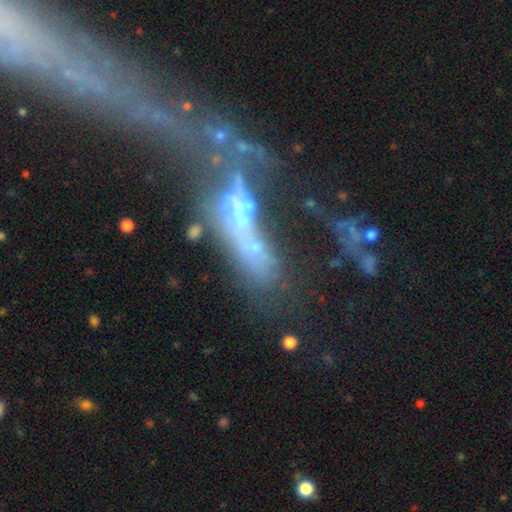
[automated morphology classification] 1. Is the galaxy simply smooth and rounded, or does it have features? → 52% featured or disk, 27% smooth, 21% star or artifact.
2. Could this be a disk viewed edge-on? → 78% no, 22% yes.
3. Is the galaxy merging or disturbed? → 41% merger, 33% major disturbance, 17% none, 10% minor disturbance.